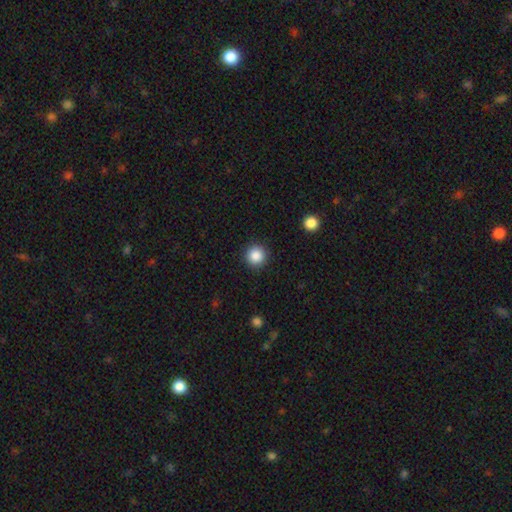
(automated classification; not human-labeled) This is clearly a smooth galaxy (87%). How rounded: clearly round (95%). Merging: clearly none (92%).